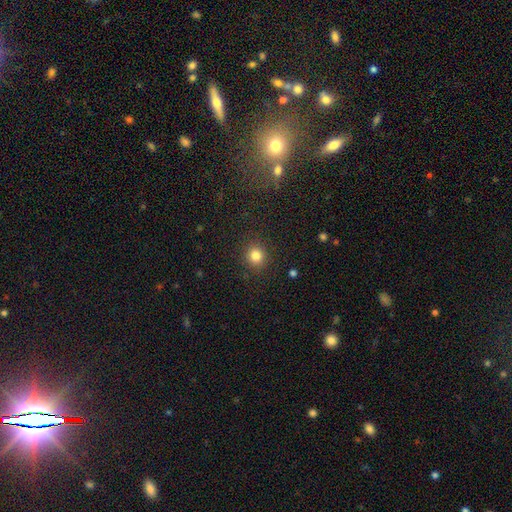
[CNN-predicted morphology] smooth 83%, star or artifact 12%, featured or disk 5%. Down the decision tree: how rounded — round (88%); merging — none (90%).